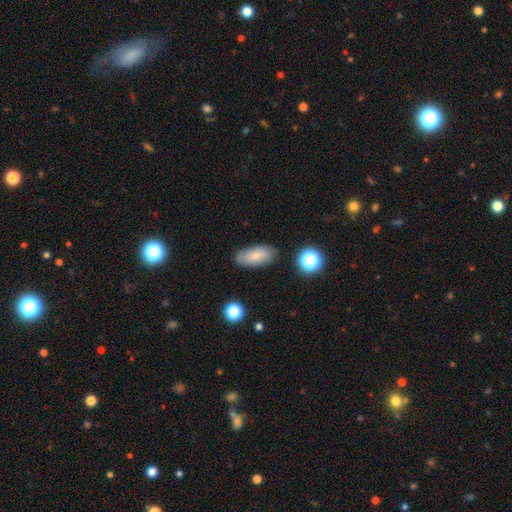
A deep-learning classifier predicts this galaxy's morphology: Smooth or featured? smooth (79%)
How rounded? in between (86%)
Merging? none (83%)